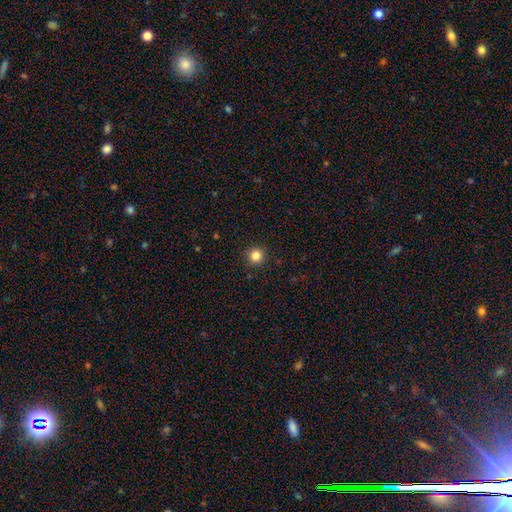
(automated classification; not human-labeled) smooth 84%, star or artifact 12%, featured or disk 4%. Down the decision tree: how rounded — round (96%); merging — none (92%).